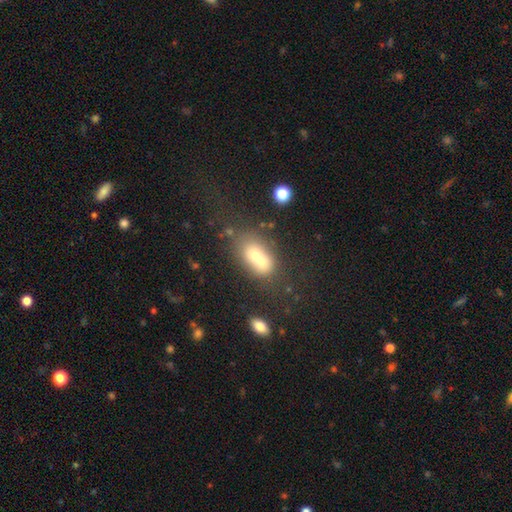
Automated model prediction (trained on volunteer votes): Smooth or featured?
  - smooth: 59% *
  - featured or disk: 27%
  - star or artifact: 14%
How rounded?
  - in between: 76% *
  - round: 19%
  - cigar-shaped: 5%
Merging?
  - merger: 52% *
  - none: 28%
  - minor disturbance: 12%
  - major disturbance: 8%